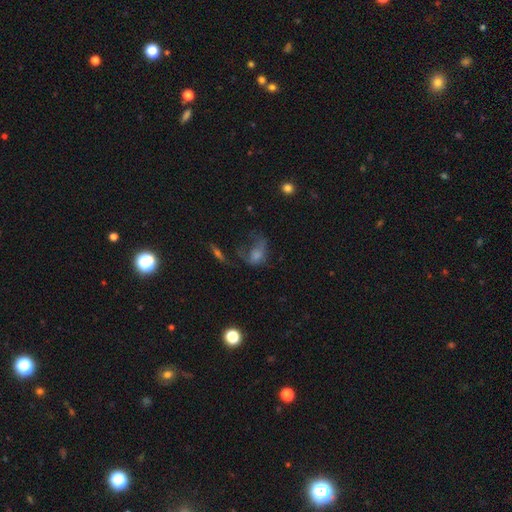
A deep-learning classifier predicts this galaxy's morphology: A smooth galaxy with no disk features (47%). Merging: major disturbance (51%).